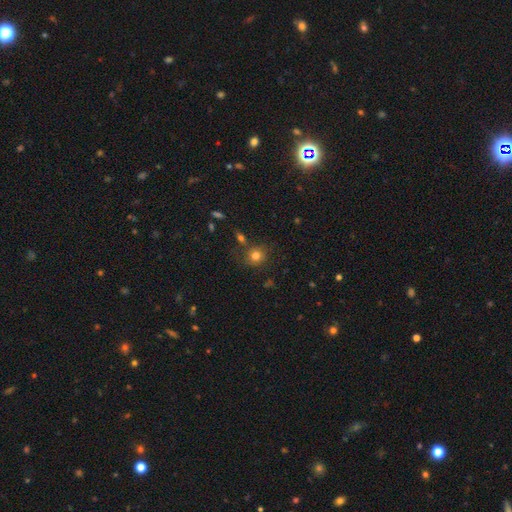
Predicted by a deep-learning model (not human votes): smooth 77%, star or artifact 14%, featured or disk 10%. Down the decision tree: how rounded — round (80%); merging — none (72%).